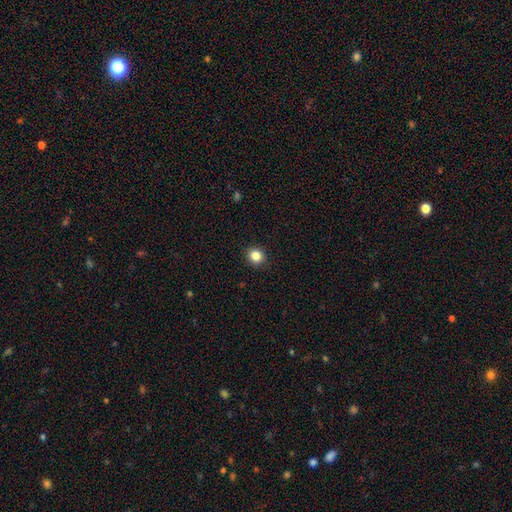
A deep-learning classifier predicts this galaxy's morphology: The model was most divided on "smooth or featured": smooth: 84%, star or artifact: 11%, featured or disk: 5%. More confident: merging — none (92%); how rounded — round (86%).